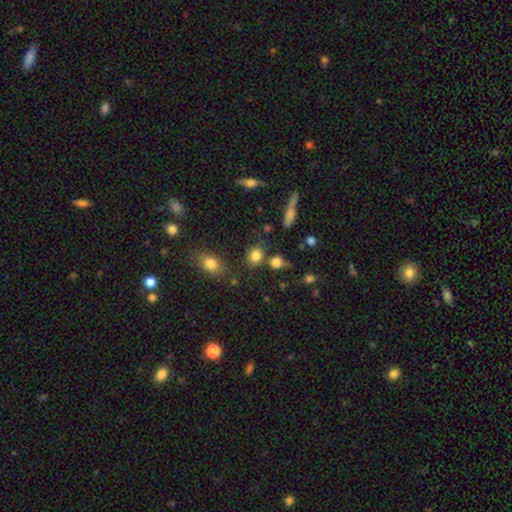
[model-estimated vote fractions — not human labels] smooth_or_featured: smooth (p=0.81) [alt: star or artifact p=0.12]
how_rounded: round (p=0.69) [alt: in between p=0.30]
merging: none (p=0.72) [alt: merger p=0.13]